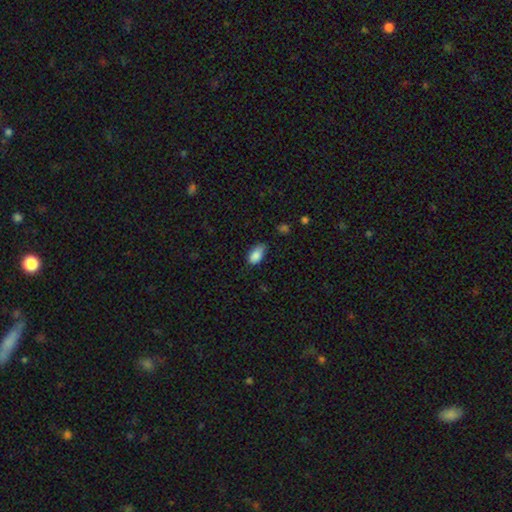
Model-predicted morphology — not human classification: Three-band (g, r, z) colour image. It shows a smooth galaxy with no disk features (86%) that is in between round and cigar-shaped (91%). Merging: none (50%).